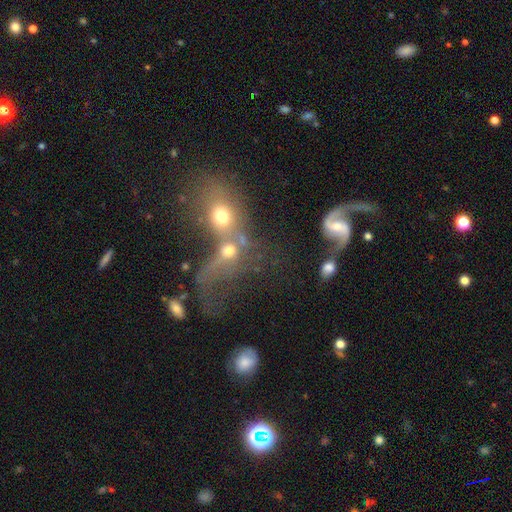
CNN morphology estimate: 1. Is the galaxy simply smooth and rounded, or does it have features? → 53% featured or disk, 31% smooth, 16% star or artifact.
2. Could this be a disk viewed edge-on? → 94% no, 6% yes.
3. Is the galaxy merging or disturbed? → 60% merger, 17% none, 15% major disturbance, 9% minor disturbance.